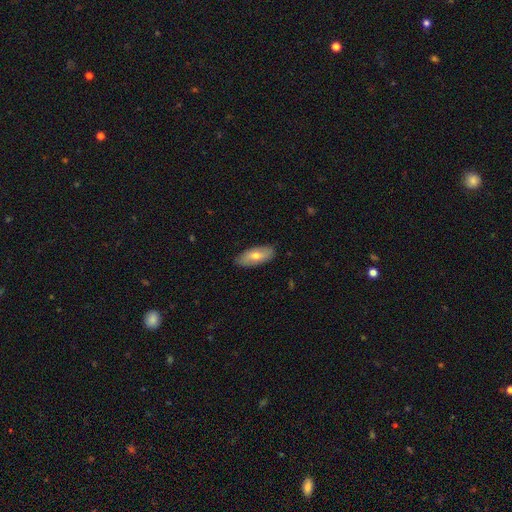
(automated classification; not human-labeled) smooth_or_featured: smooth (p=0.65) [alt: featured or disk p=0.29]
how_rounded: in between (p=0.84) [alt: cigar-shaped p=0.13]
merging: none (p=0.85) [alt: minor disturbance p=0.11]